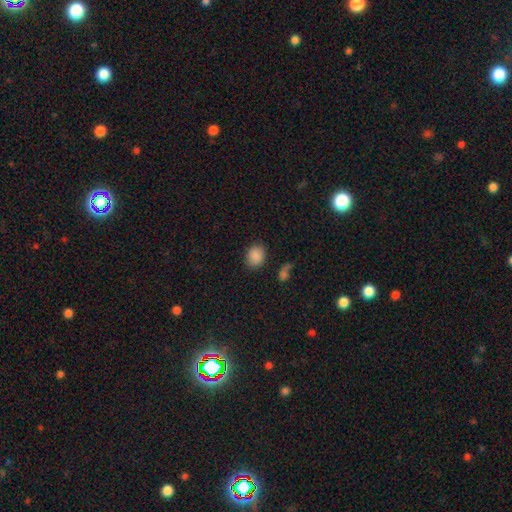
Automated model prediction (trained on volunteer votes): Morphology: type=smooth (86%); roundness=round (52%); merging=none (82%).